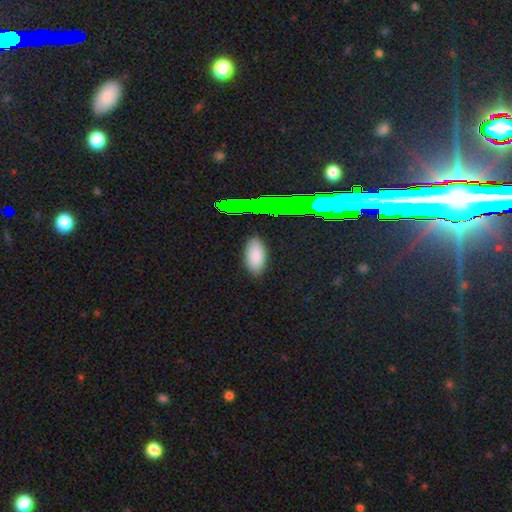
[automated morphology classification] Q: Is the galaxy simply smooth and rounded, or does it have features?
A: smooth — 84%.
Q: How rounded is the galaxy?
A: in between — 93%.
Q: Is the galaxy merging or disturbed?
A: none — 85%.